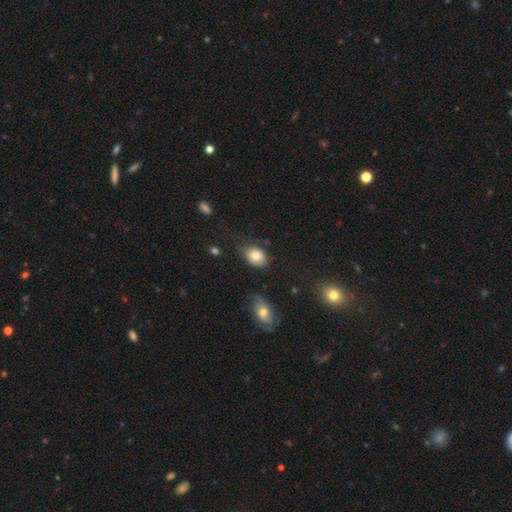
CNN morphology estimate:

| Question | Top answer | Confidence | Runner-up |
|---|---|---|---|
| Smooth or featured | smooth | 81% | featured or disk (11%) |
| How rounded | in between | 73% | round (26%) |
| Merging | none | 66% | minor disturbance (23%) |